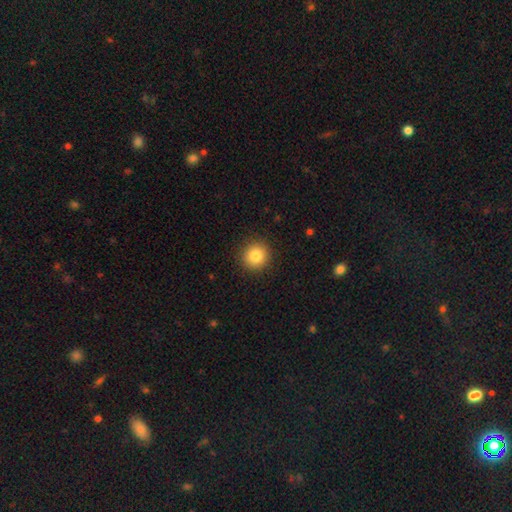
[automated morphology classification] Smooth or featured? Predicted: smooth (p=0.84). How rounded? Predicted: round (p=0.93). Merging? Predicted: none (p=0.91).